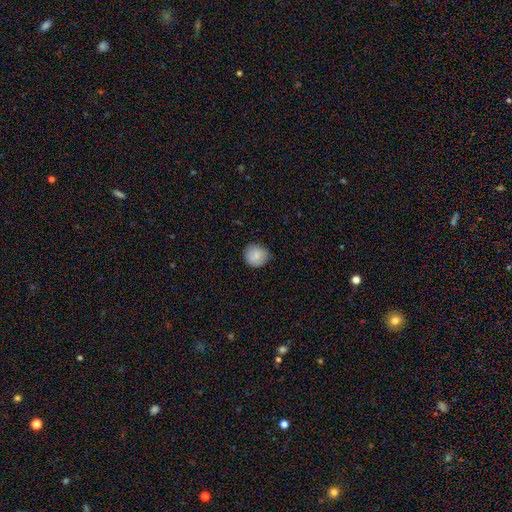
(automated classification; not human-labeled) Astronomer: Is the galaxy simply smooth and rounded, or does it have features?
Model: smooth — 85%.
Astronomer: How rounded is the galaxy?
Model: round — 89%.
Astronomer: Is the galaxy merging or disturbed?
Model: none — 80%.